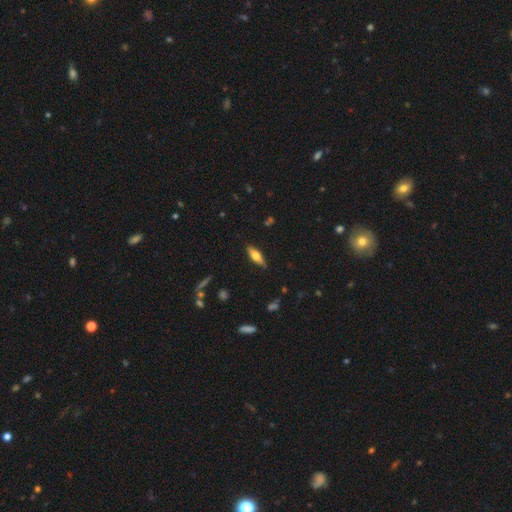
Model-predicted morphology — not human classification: smooth_or_featured: smooth (p=0.52) [alt: featured or disk p=0.41]
how_rounded: in between (p=0.53) [alt: cigar-shaped p=0.45]
merging: none (p=0.85) [alt: minor disturbance p=0.11]